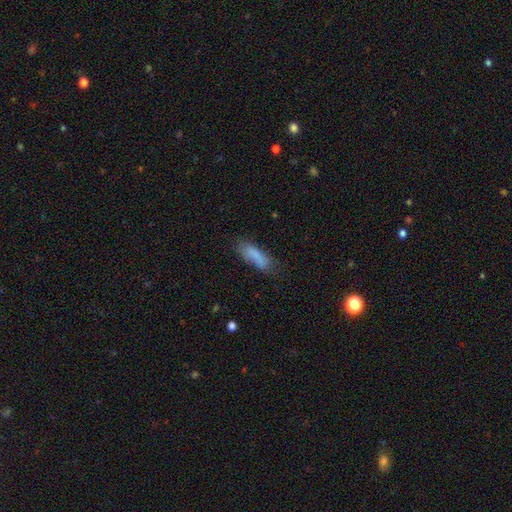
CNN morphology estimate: smooth 80%, featured or disk 12%, star or artifact 8%. Down the decision tree: how rounded — in between (53%); merging — none (62%).